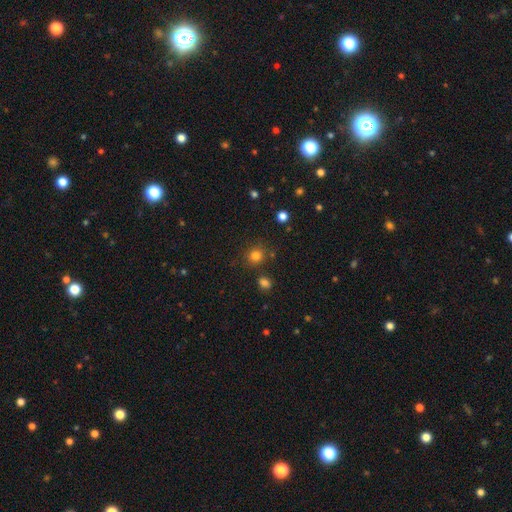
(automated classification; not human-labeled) A smooth galaxy with no disk features (80%) that is round (87%). Merging: none (81%).